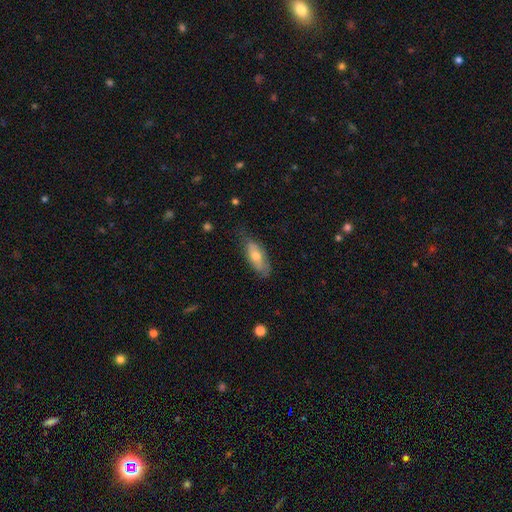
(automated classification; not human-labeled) Smooth or featured: smooth — 58% (featured or disk — 36%)
How rounded: in between — 78% (cigar-shaped — 20%)
Merging: none — 66% (minor disturbance — 26%)